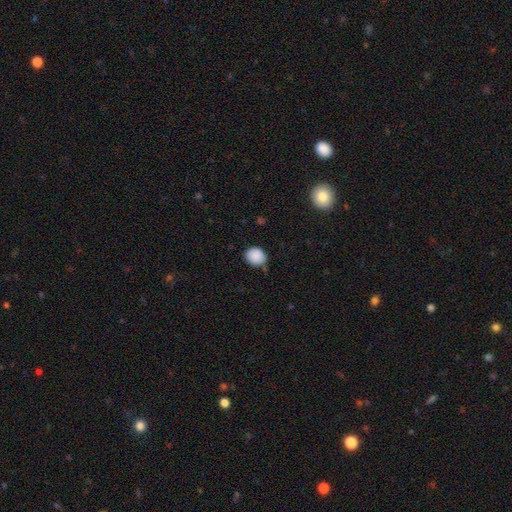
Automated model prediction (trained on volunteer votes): Overall: smooth (88%). How rounded: round (76%). Merging: none (70%).